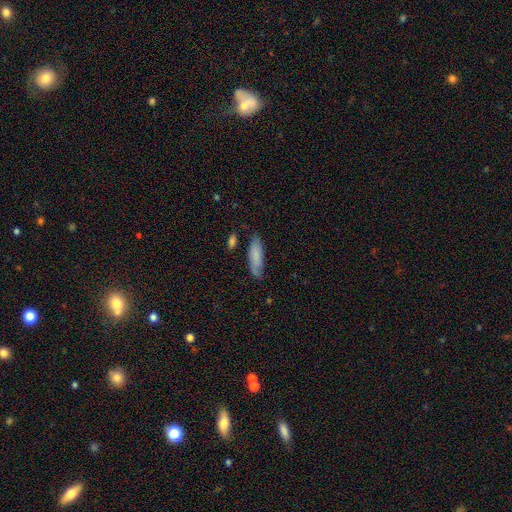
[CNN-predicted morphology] Overall: smooth (77%). How rounded: cigar-shaped (54%; in between 44%). Merging: none (71%).